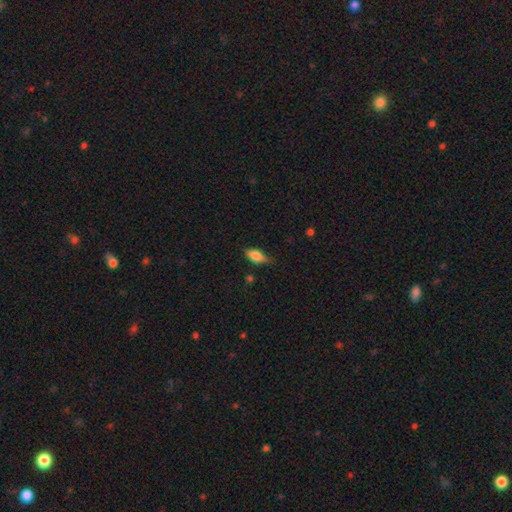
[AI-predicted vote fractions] Smooth or featured: smooth — 74% (featured or disk — 19%)
How rounded: in between — 79% (cigar-shaped — 17%)
Merging: none — 66% (minor disturbance — 27%)